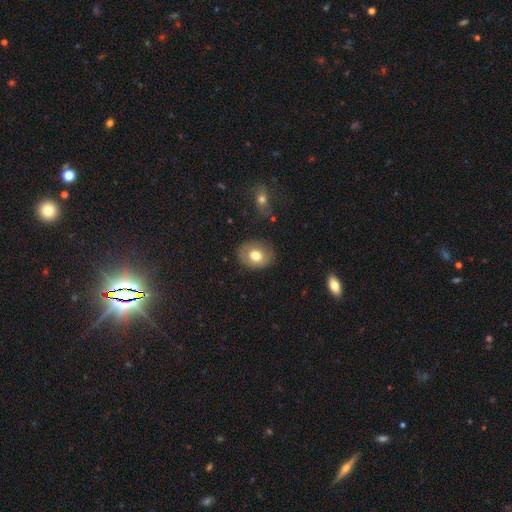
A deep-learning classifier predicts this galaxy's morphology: Overall: smooth (71%). How rounded: in between (55%; round 44%). Merging: none (83%).